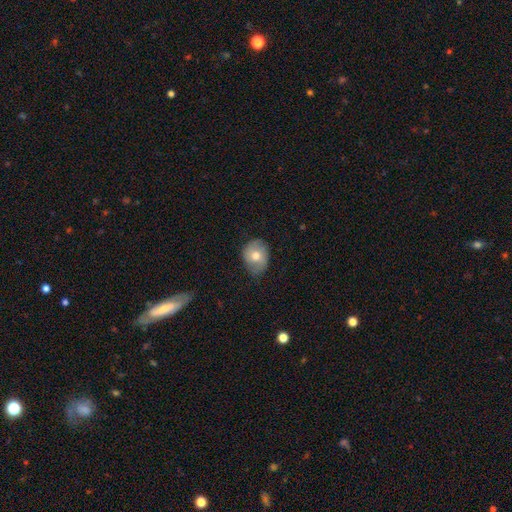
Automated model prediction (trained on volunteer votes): Q: Smooth or featured?
A: smooth (68%); runner-up: featured or disk (24%)
Q: How rounded?
A: round (50%); runner-up: in between (49%)
Q: Merging?
A: none (71%); runner-up: minor disturbance (23%)